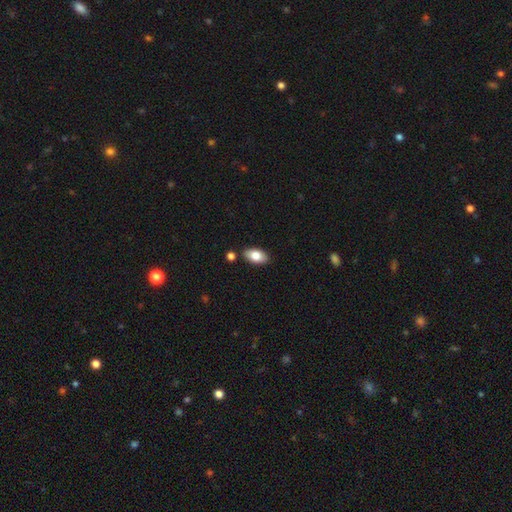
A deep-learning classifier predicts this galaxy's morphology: A smooth galaxy with no disk features (81%) that is in between round and cigar-shaped (92%).

Vote fractions:
- Smooth or featured? smooth: 81% / featured or disk: 12% / star or artifact: 7%
- How rounded? in between: 92% / round: 5% / cigar-shaped: 3%
- Merging? none: 84% / minor disturbance: 10% / merger: 4% / major disturbance: 2%